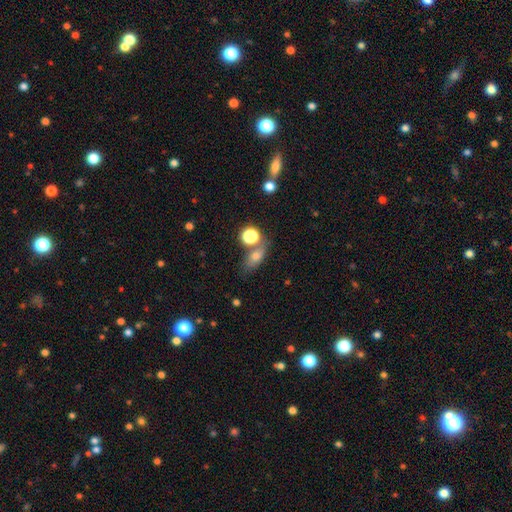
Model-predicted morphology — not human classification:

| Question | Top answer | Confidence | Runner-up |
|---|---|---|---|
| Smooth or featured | smooth | 68% | featured or disk (16%) |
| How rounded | in between | 68% | round (20%) |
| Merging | none | 62% | merger (17%) |